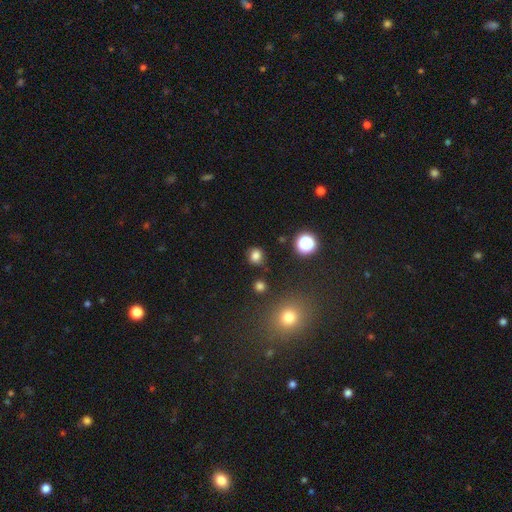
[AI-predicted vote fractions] Overall: smooth (78%). How rounded: round (75%). Merging: none (79%).